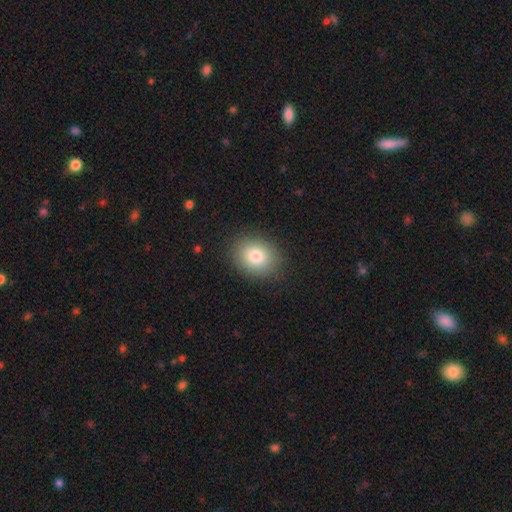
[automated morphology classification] smooth 81%, featured or disk 10%, star or artifact 9%. Down the decision tree: how rounded — in between (55%); merging — none (87%).